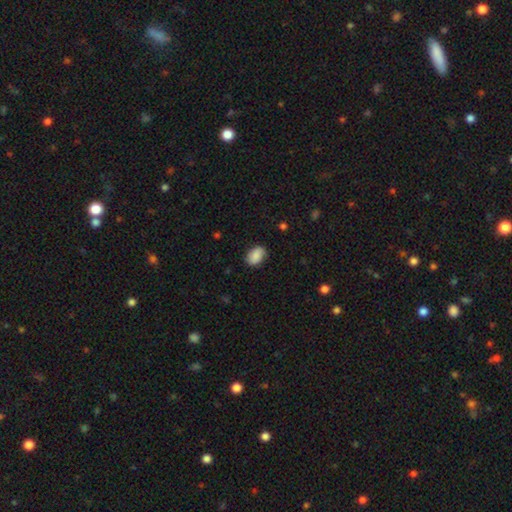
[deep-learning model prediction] Smooth or featured?
  - smooth: 82% *
  - featured or disk: 11%
  - star or artifact: 7%
How rounded?
  - in between: 80% *
  - round: 18%
  - cigar-shaped: 1%
Merging?
  - none: 79% *
  - minor disturbance: 17%
  - major disturbance: 3%
  - merger: 1%